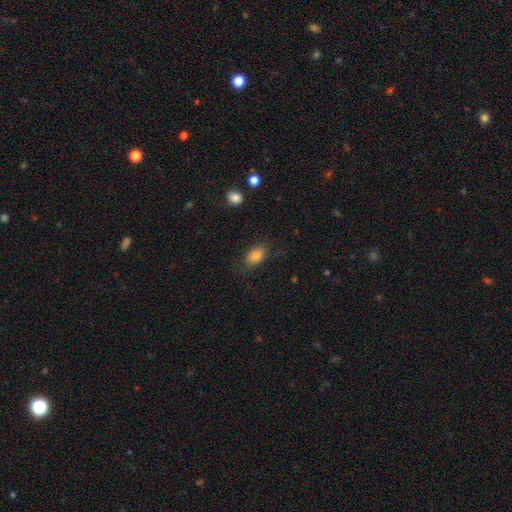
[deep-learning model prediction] smooth_or_featured: smooth (p=0.82) [alt: featured or disk p=0.09]
how_rounded: in between (p=0.88) [alt: round p=0.10]
merging: none (p=0.75) [alt: minor disturbance p=0.17]